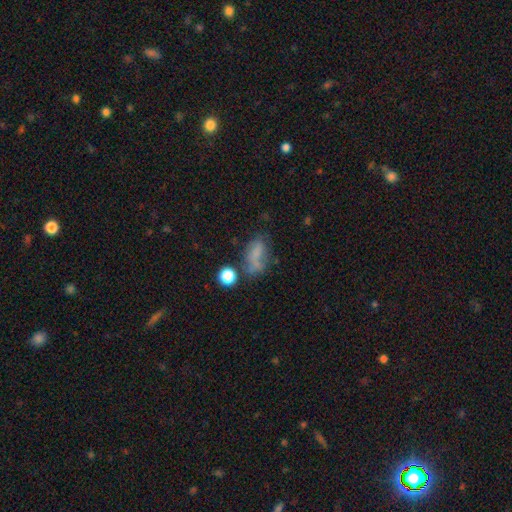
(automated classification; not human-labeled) Smooth or featured?
  - smooth: 60% *
  - featured or disk: 23%
  - star or artifact: 17%
How rounded?
  - in between: 79% *
  - round: 13%
  - cigar-shaped: 8%
Merging?
  - none: 41% *
  - minor disturbance: 25%
  - major disturbance: 20%
  - merger: 15%